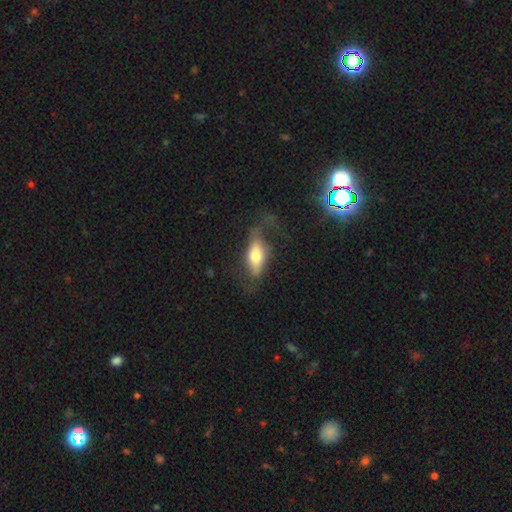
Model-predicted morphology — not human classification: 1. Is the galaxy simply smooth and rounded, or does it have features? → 52% smooth, 40% featured or disk, 7% star or artifact.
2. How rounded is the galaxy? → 72% in between, 24% cigar-shaped, 4% round.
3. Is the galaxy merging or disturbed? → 44% none, 31% major disturbance, 22% minor disturbance, 3% merger.